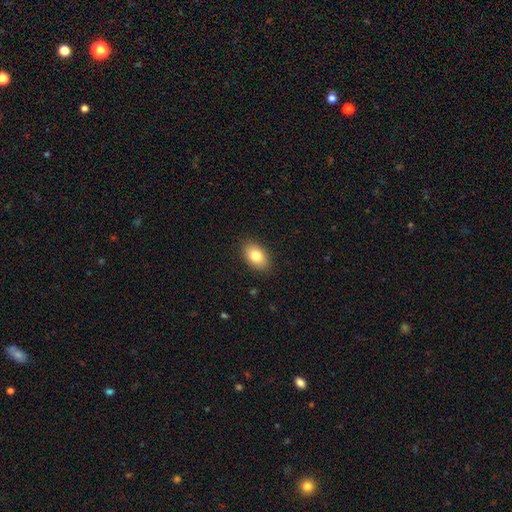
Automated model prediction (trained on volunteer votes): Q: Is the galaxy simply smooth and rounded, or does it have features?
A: smooth — 81%.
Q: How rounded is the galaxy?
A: in between — 89%.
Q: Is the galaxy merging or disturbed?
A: none — 88%.